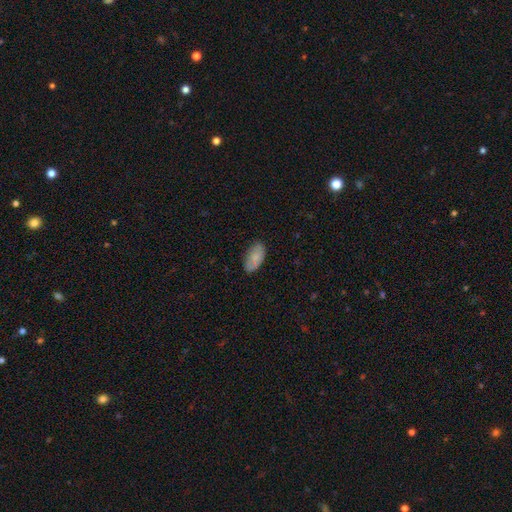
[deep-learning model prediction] smooth-or-featured: smooth: 80% | featured or disk: 13% | star or artifact: 7%
  how-rounded: in between: 94% | cigar-shaped: 4% | round: 3%
  merging: none: 79% | minor disturbance: 17% | major disturbance: 3% | merger: 1%